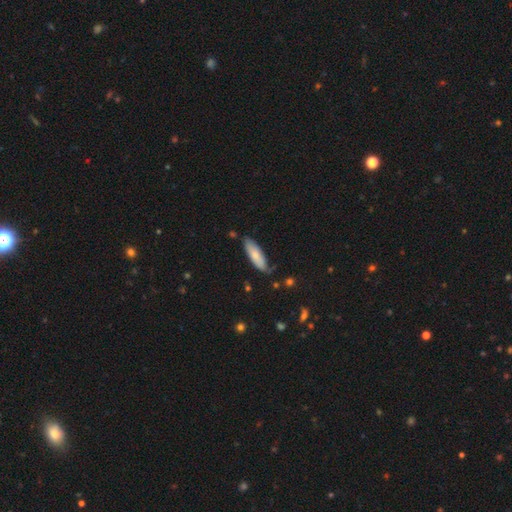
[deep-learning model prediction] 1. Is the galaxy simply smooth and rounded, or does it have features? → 75% smooth, 19% featured or disk, 5% star or artifact.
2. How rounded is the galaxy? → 50% in between, 48% cigar-shaped, 1% round.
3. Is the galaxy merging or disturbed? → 74% none, 21% minor disturbance, 3% major disturbance, 3% merger.